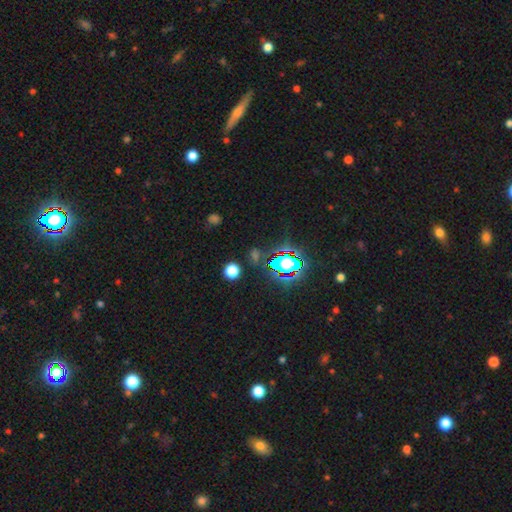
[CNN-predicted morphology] Smooth or featured? star or artifact (64%)